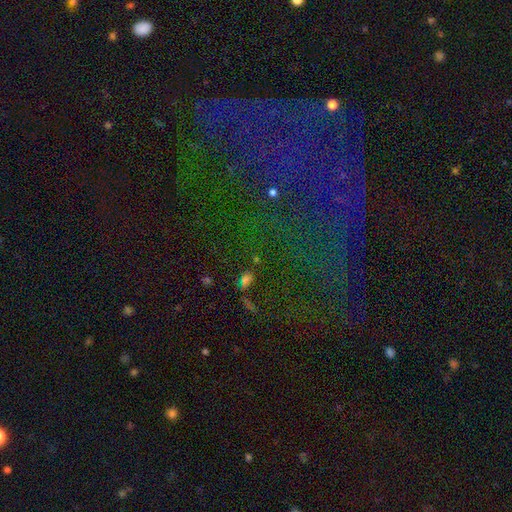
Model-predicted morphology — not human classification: A star or artifact, not a galaxy (66%).